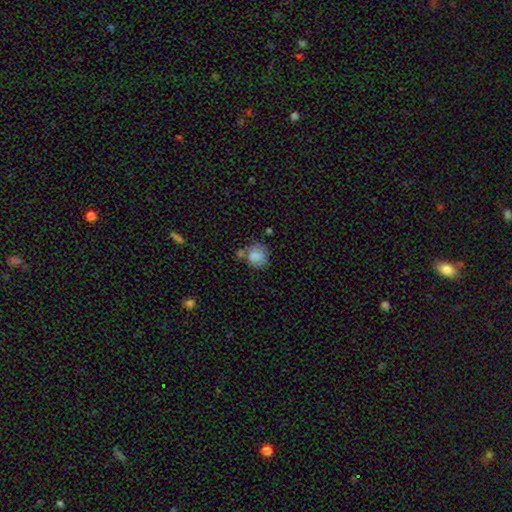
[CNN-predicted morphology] A smooth galaxy with no disk features (79%) that is round (69%).

Vote fractions:
- Smooth or featured? smooth: 79% / featured or disk: 12% / star or artifact: 9%
- How rounded? round: 69% / in between: 30% / cigar-shaped: 1%
- Merging? none: 50% / minor disturbance: 23% / merger: 17% / major disturbance: 10%